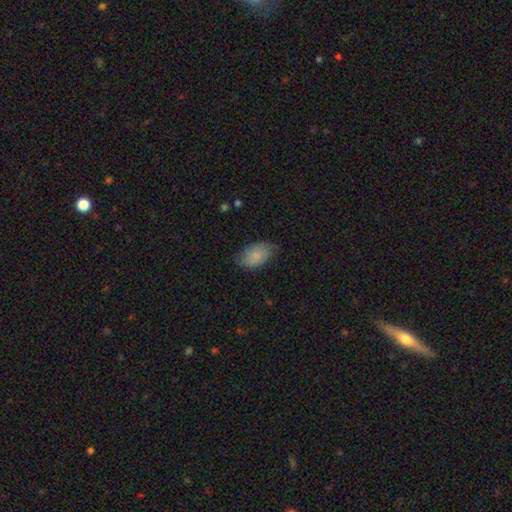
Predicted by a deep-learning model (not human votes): smooth_or_featured: smooth (p=0.83) [alt: featured or disk p=0.10]
how_rounded: in between (p=0.93) [alt: round p=0.06]
merging: none (p=0.74) [alt: minor disturbance p=0.21]